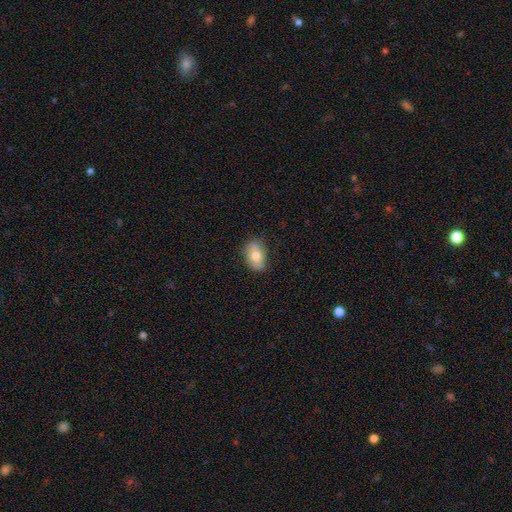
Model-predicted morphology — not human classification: type=smooth (74%); roundness=in between (83%); merging=none (79%).